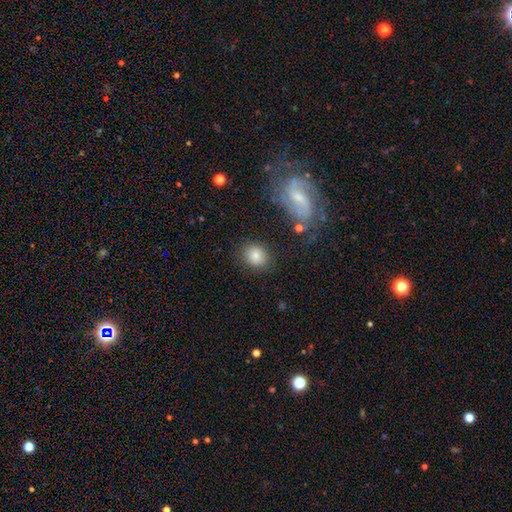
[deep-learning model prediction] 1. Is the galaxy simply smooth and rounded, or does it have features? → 82% smooth, 9% star or artifact, 9% featured or disk.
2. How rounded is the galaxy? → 64% round, 35% in between, 1% cigar-shaped.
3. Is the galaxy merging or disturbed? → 81% none, 11% minor disturbance, 4% major disturbance, 4% merger.